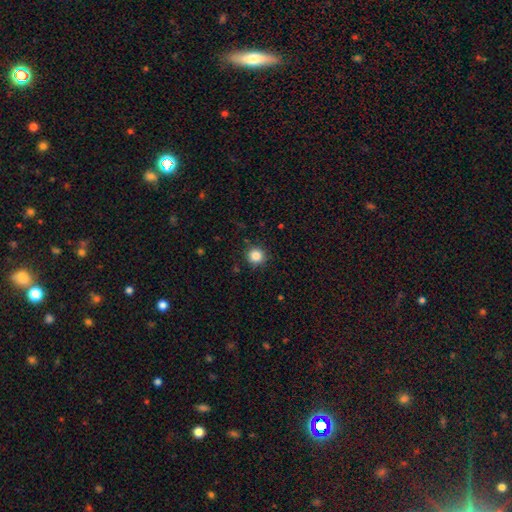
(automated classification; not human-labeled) Morphology: type=smooth (85%); roundness=round (95%); merging=none (90%).